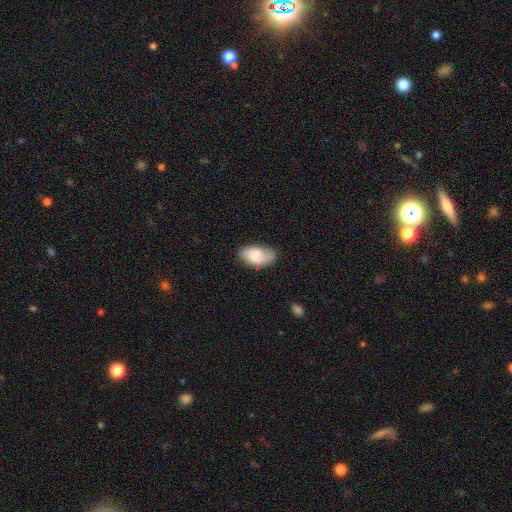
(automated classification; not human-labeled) Overall: smooth (65%; featured or disk 28%). How rounded: in between (93%). Merging: none (68%).